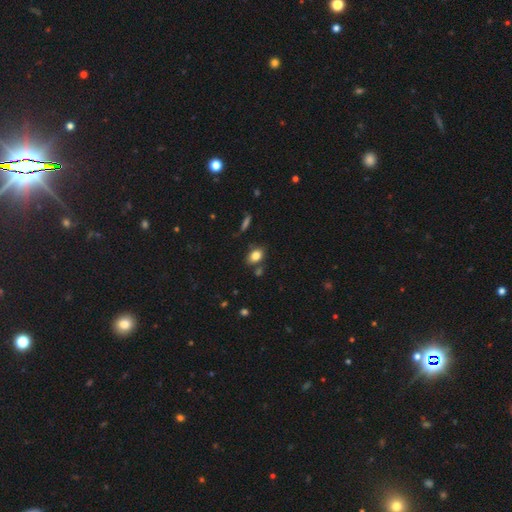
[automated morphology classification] The model was most divided on "how rounded": in between: 78%, round: 20%, cigar-shaped: 2%. More confident: smooth or featured — smooth (82%); merging — none (76%).